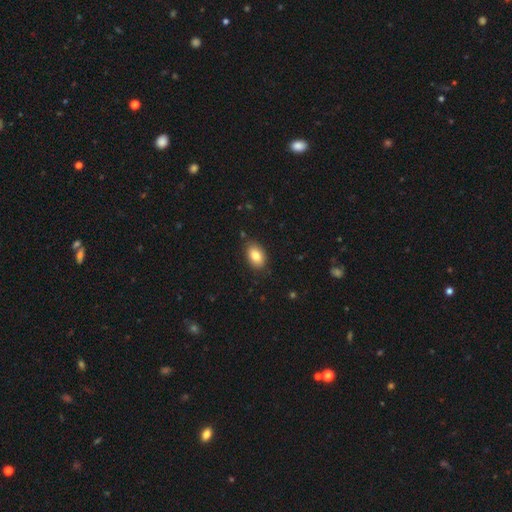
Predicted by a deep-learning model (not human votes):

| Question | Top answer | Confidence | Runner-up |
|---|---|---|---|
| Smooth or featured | smooth | 84% | featured or disk (9%) |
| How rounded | in between | 89% | round (9%) |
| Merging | none | 82% | minor disturbance (14%) |